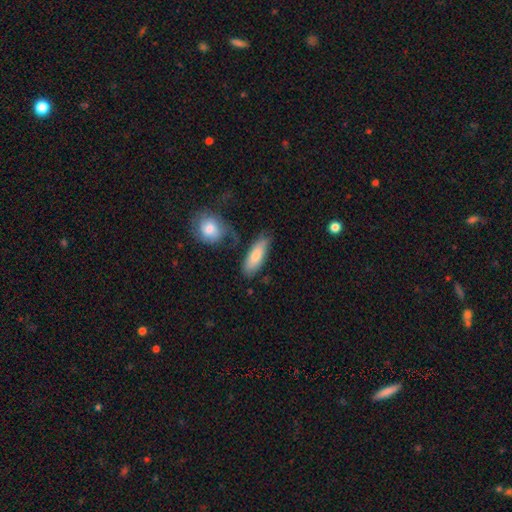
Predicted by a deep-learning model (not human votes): smooth 79%, featured or disk 15%, star or artifact 6%. Down the decision tree: how rounded — in between (68%); merging — none (63%).